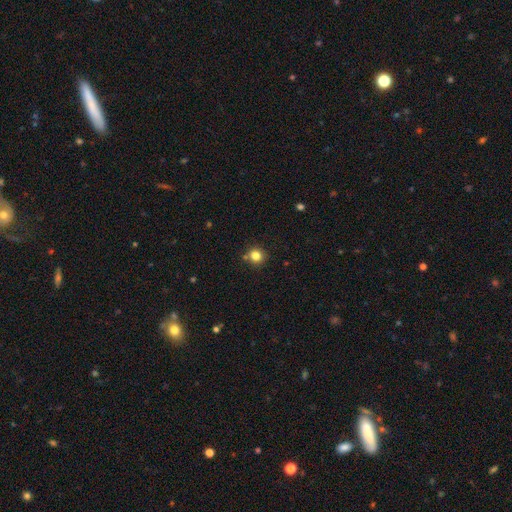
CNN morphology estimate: smooth 82%, star or artifact 13%, featured or disk 5%. Down the decision tree: how rounded — round (92%); merging — none (83%).